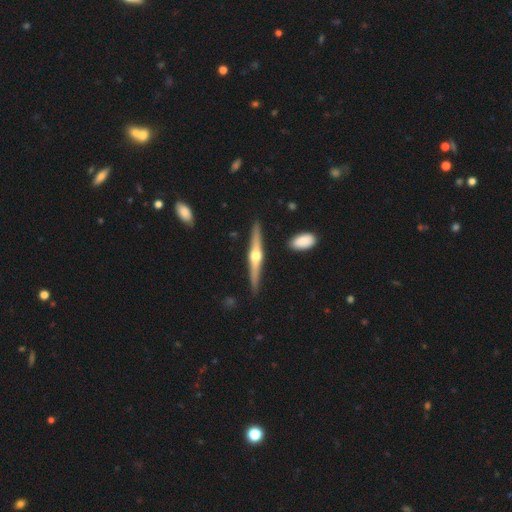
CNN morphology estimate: Smooth or featured?
  - featured or disk: 75% *
  - smooth: 20%
  - star or artifact: 5%
Edge-on disk?
  - yes: 98% *
  - no: 2%
Edge-on bulge?
  - rounded: 95% *
  - boxy: 3%
  - none: 2%
Merging?
  - none: 88% *
  - minor disturbance: 8%
  - merger: 2%
  - major disturbance: 2%